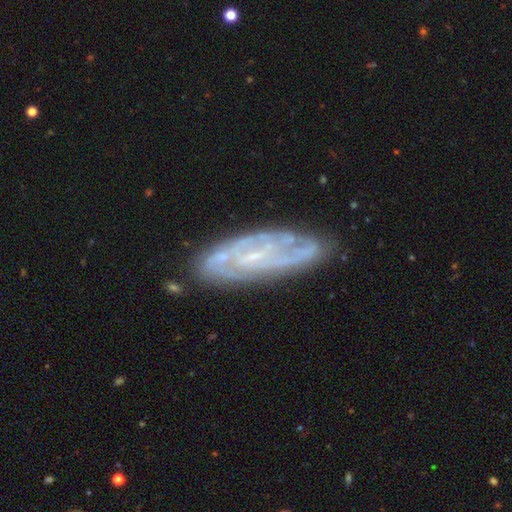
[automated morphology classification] Smooth or featured? Predicted: featured or disk (p=0.79). Edge-on disk? Predicted: no (p=0.85). Bar? Predicted: no (p=0.53). Spiral arms? Predicted: yes (p=0.88). Spiral winding? Predicted: tight (p=0.53). Spiral arm count? Predicted: can't tell (p=0.39). Bulge size? Predicted: small (p=0.71). Merging? Predicted: none (p=0.76).